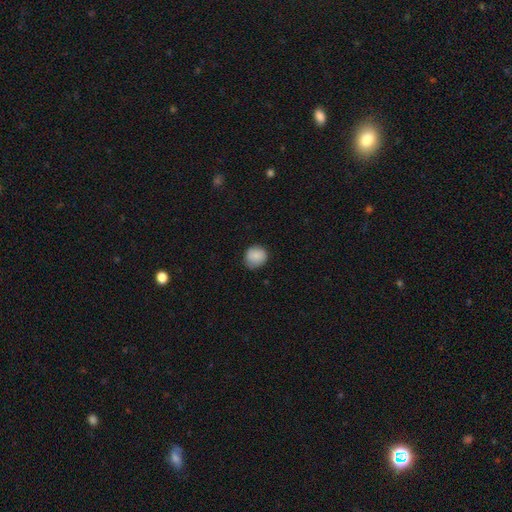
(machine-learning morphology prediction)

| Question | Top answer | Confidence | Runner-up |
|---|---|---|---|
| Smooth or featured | smooth | 86% | star or artifact (8%) |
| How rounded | round | 83% | in between (16%) |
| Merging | none | 78% | minor disturbance (18%) |